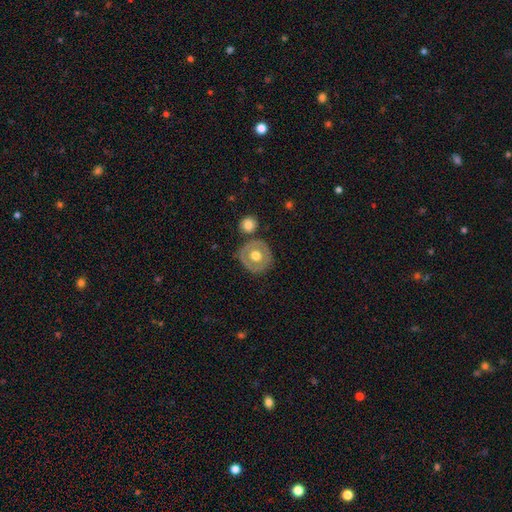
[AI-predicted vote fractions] Smooth or featured? smooth (50%)
Merging? none (75%)